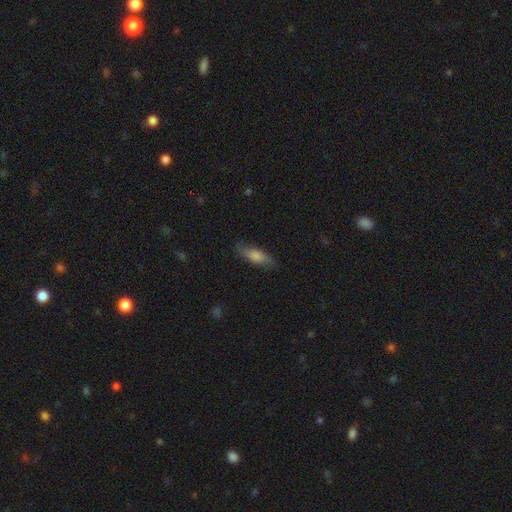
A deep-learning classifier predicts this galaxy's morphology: A smooth galaxy with no disk features (64%) that is in between round and cigar-shaped (53%). Merging: none (78%).